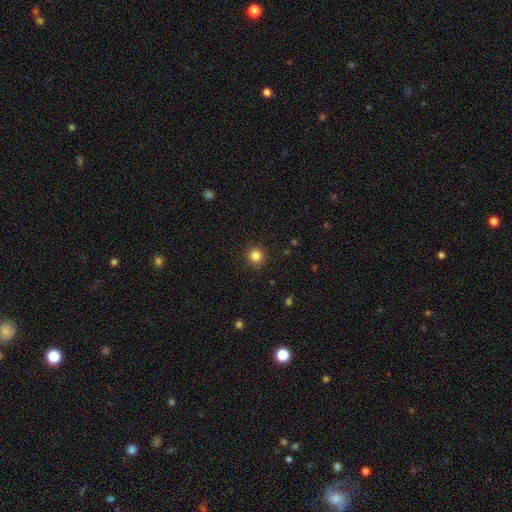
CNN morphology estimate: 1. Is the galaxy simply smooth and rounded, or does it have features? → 84% smooth, 12% star or artifact, 5% featured or disk.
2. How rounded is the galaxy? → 94% round, 5% in between, 1% cigar-shaped.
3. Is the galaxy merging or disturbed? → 91% none, 6% minor disturbance, 2% major disturbance, 1% merger.